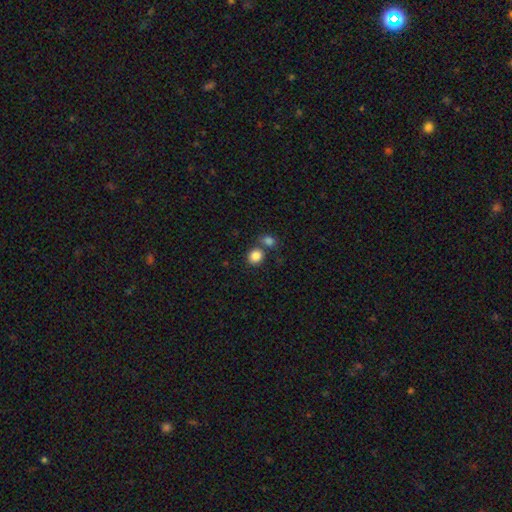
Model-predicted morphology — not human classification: Smooth or featured? smooth (86%)
How rounded? round (77%)
Merging? none (64%)